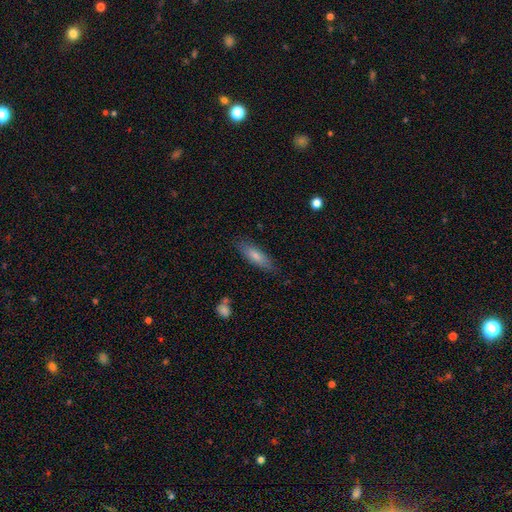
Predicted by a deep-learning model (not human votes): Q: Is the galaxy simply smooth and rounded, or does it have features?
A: smooth — 75%.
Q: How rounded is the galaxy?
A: cigar-shaped — 51%.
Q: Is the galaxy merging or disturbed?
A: none — 81%.